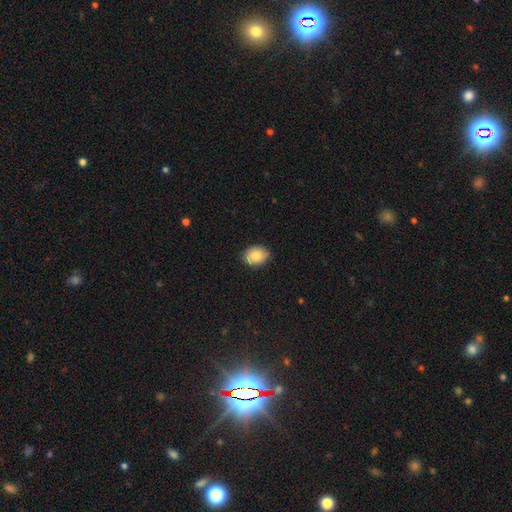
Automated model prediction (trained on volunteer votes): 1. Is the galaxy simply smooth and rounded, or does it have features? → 85% smooth, 8% featured or disk, 7% star or artifact.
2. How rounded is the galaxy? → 63% in between, 36% round, 1% cigar-shaped.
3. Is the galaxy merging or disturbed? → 86% none, 11% minor disturbance, 2% major disturbance, 1% merger.